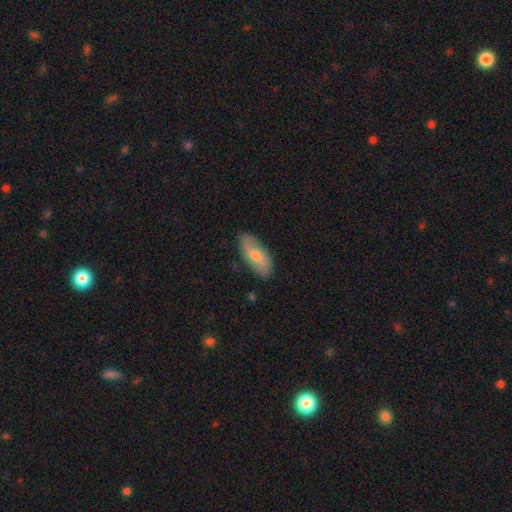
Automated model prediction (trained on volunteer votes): Smooth or featured?
  - smooth: 53% *
  - featured or disk: 41%
  - star or artifact: 6%
How rounded?
  - in between: 82% *
  - cigar-shaped: 15%
  - round: 3%
Merging?
  - none: 84% *
  - minor disturbance: 13%
  - major disturbance: 2%
  - merger: 1%